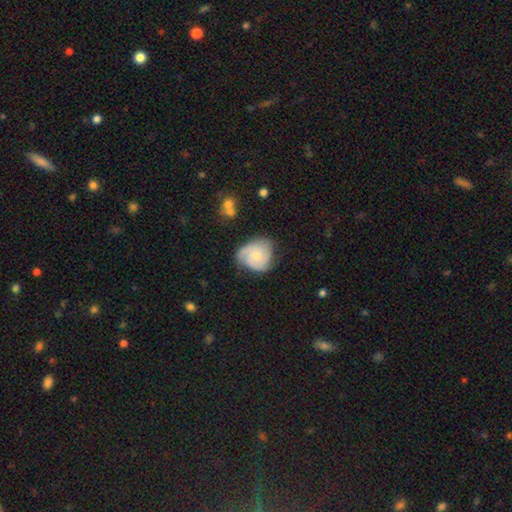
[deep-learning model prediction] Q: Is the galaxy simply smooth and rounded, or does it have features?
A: featured or disk — 65%.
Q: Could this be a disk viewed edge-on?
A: no — 98%.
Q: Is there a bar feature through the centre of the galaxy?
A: no — 76%.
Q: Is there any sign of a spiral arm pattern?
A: yes — 91%.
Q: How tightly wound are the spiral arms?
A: tight — 52%.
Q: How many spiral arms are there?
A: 3 — 35%.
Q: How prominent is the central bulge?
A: small — 48%.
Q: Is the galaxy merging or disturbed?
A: none — 57%.